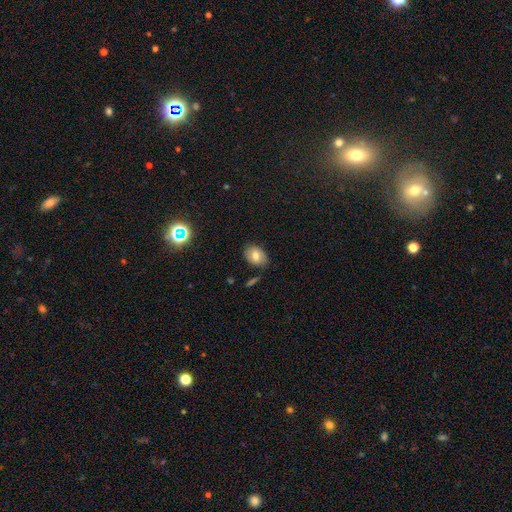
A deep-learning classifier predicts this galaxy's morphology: Smooth or featured? Predicted: smooth (p=0.70). How rounded? Predicted: in between (p=0.80). Merging? Predicted: none (p=0.76).